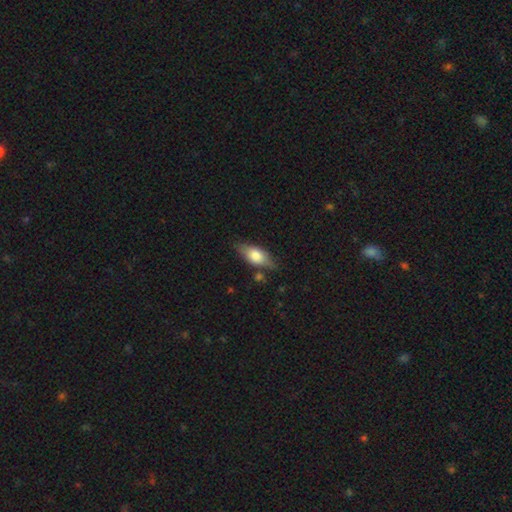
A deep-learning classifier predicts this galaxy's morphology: smooth 67%, featured or disk 27%, star or artifact 7%. Down the decision tree: how rounded — in between (78%); merging — none (75%).